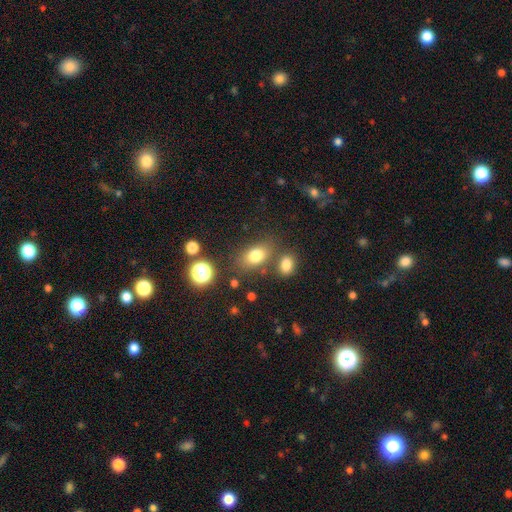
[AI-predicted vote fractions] A smooth galaxy with no disk features (77%) that is in between round and cigar-shaped (76%).

Vote fractions:
- Smooth or featured? smooth: 77% / star or artifact: 13% / featured or disk: 10%
- How rounded? in between: 76% / round: 21% / cigar-shaped: 2%
- Merging? none: 70% / minor disturbance: 13% / merger: 12% / major disturbance: 5%